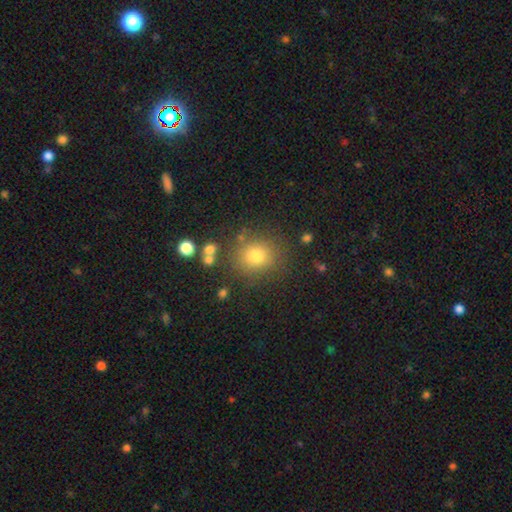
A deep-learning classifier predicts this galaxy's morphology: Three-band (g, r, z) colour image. It shows a smooth galaxy with no disk features (76%) that is round (78%). Merging: none (82%).